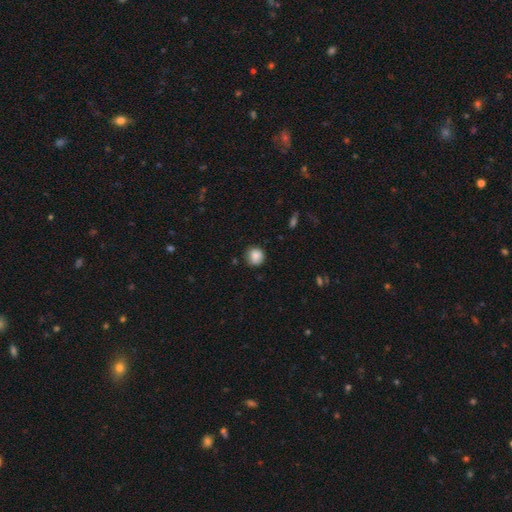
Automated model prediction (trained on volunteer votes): A smooth galaxy with no disk features (84%) that is round (89%). Merging: none (77%).